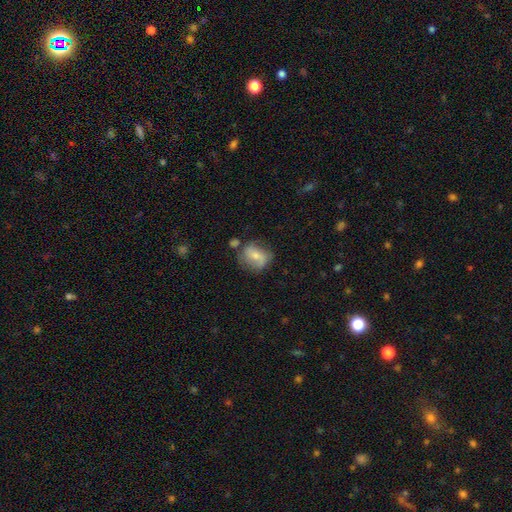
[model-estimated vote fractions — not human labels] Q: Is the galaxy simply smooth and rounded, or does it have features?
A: smooth — 49%.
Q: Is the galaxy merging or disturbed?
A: none — 53%.